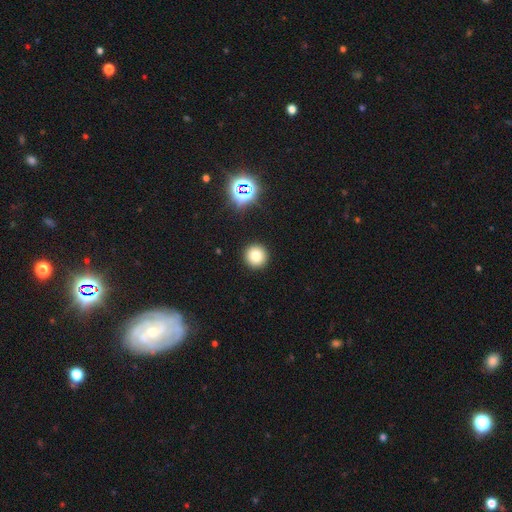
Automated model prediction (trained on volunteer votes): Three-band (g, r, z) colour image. It shows a smooth galaxy with no disk features (77%) that is round (95%). Merging: none (92%).